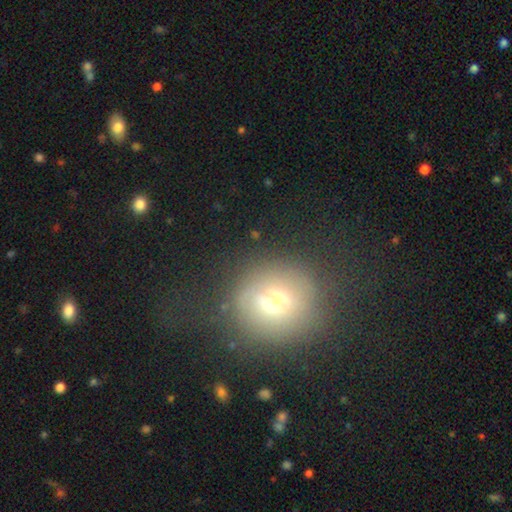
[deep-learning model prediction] The model was most divided on "smooth or featured": smooth: 58%, star or artifact: 22%, featured or disk: 20%. More confident: how rounded — round (78%); merging — none (74%).